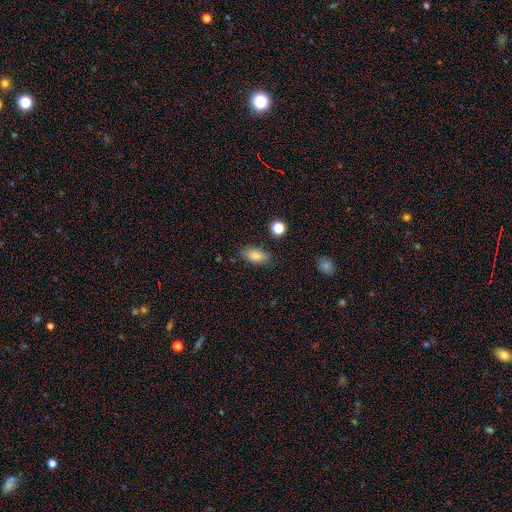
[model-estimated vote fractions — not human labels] smooth 83%, star or artifact 9%, featured or disk 8%. Down the decision tree: how rounded — in between (87%); merging — none (81%).